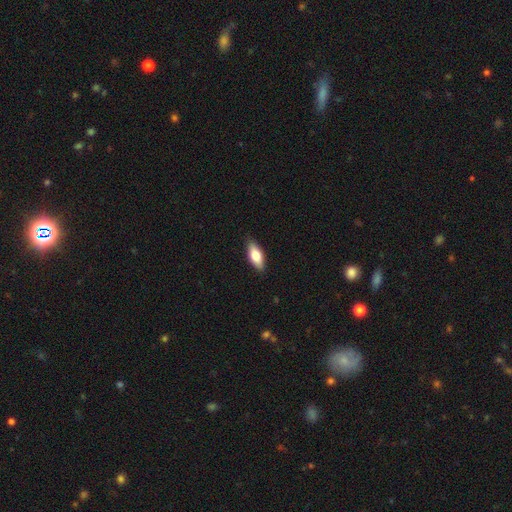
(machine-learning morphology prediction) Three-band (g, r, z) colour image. It shows a smooth galaxy with no disk features (73%) that is in between round and cigar-shaped (77%). Merging: none (87%).